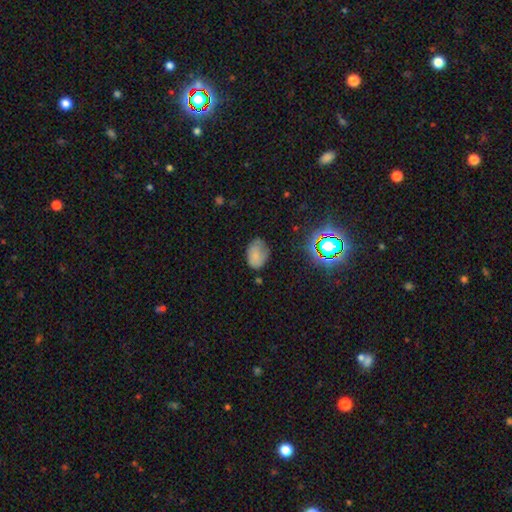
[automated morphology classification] Smooth or featured?
  - smooth: 75% *
  - star or artifact: 14%
  - featured or disk: 11%
How rounded?
  - in between: 80% *
  - round: 18%
  - cigar-shaped: 1%
Merging?
  - none: 59% *
  - minor disturbance: 30%
  - major disturbance: 9%
  - merger: 2%